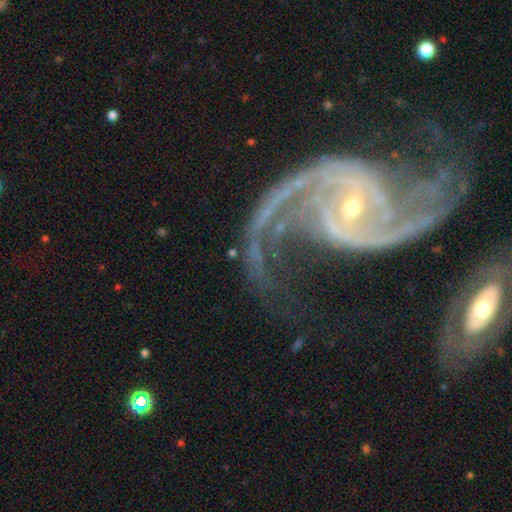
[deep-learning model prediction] featured or disk 75%, star or artifact 14%, smooth 11%. Down the decision tree: edge-on disk — no (94%); bar — no (40%); spiral arms — yes (87%); spiral arm count — 2 (51%); spiral winding — medium (38%); bulge size — small (55%); merging — none (50%).